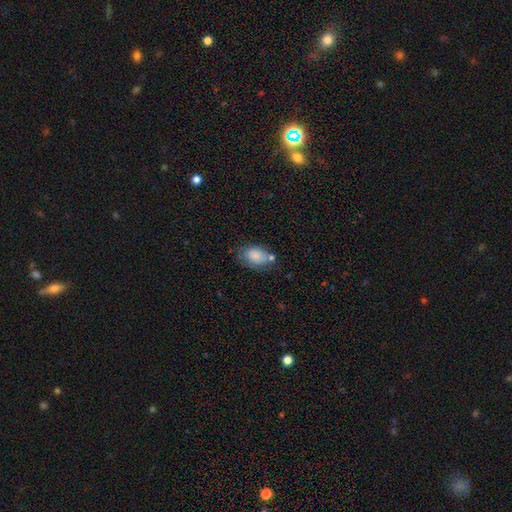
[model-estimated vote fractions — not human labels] The model was most divided on "merging": none: 56%, minor disturbance: 24%, merger: 13%, major disturbance: 7%. More confident: how rounded — in between (85%); smooth or featured — smooth (83%).